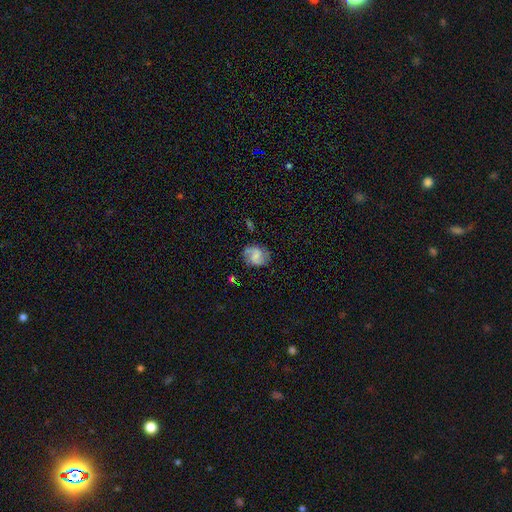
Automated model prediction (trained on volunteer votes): smooth_or_featured: featured or disk (p=0.58) [alt: smooth p=0.34]
disk_edge_on: no (p=0.98) [alt: yes p=0.02]
bar: weak (p=0.49) [alt: no p=0.38]
has_spiral_arms: yes (p=0.90) [alt: no p=0.10]
spiral_winding: medium (p=0.45) [alt: loose p=0.34]
spiral_arm_count: 2 (p=0.81) [alt: can't tell p=0.08]
bulge_size: small (p=0.41) [alt: moderate p=0.27]
merging: none (p=0.72) [alt: minor disturbance p=0.19]